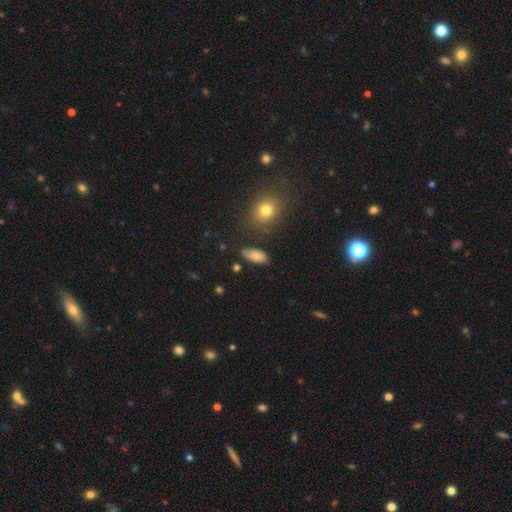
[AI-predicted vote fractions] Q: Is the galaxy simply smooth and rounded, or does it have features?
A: smooth — 79%.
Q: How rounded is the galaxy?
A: in between — 88%.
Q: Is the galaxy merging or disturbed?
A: none — 77%.